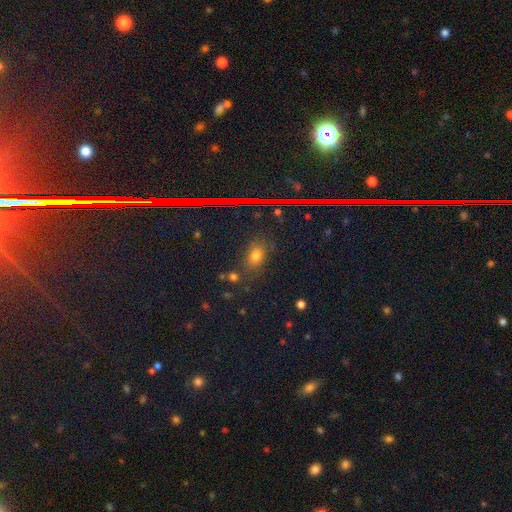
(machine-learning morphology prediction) This is likely a smooth galaxy (62%). How rounded: likely in between (68%). Merging: likely none (80%).